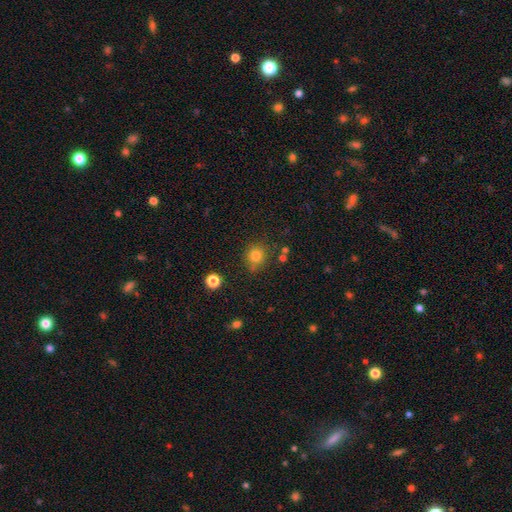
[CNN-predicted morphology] This is clearly a smooth galaxy (81%). How rounded: clearly round (85%). Merging: likely none (76%).